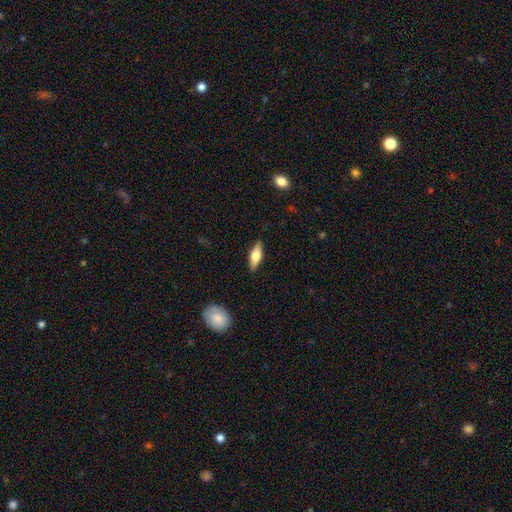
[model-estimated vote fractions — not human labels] This is possibly a smooth galaxy (48%). Merging: clearly none (88%).